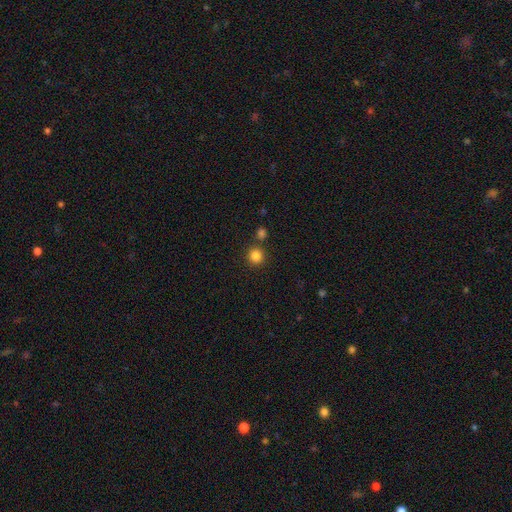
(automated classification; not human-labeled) Smooth or featured? smooth (83%)
How rounded? round (93%)
Merging? none (83%)